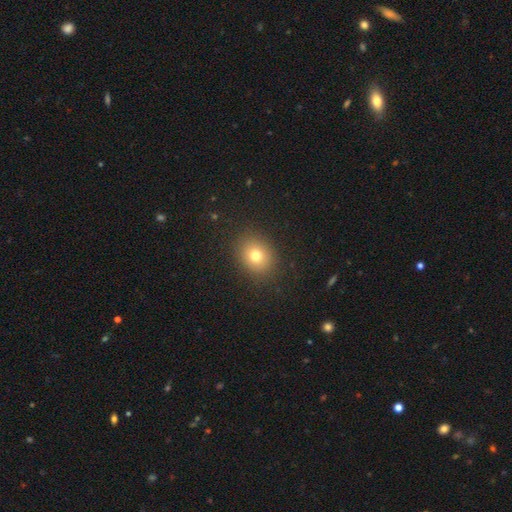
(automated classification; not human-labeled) smooth 75%, star or artifact 14%, featured or disk 11%. Down the decision tree: how rounded — round (69%); merging — none (88%).